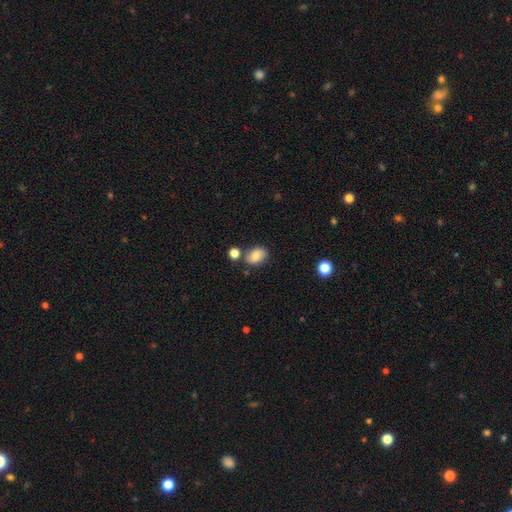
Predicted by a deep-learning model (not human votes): Q: Smooth or featured?
A: smooth (76%); runner-up: featured or disk (14%)
Q: How rounded?
A: in between (75%); runner-up: round (24%)
Q: Merging?
A: none (70%); runner-up: minor disturbance (16%)